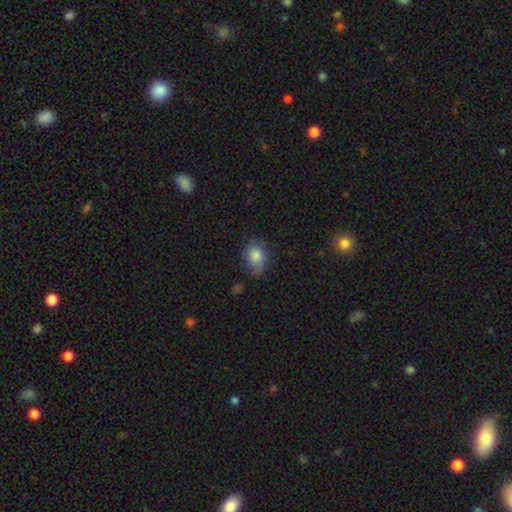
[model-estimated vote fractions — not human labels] smooth-or-featured: smooth: 83% | featured or disk: 9% | star or artifact: 8%
  how-rounded: in between: 66% | round: 33% | cigar-shaped: 1%
  merging: none: 63% | minor disturbance: 27% | major disturbance: 7% | merger: 2%